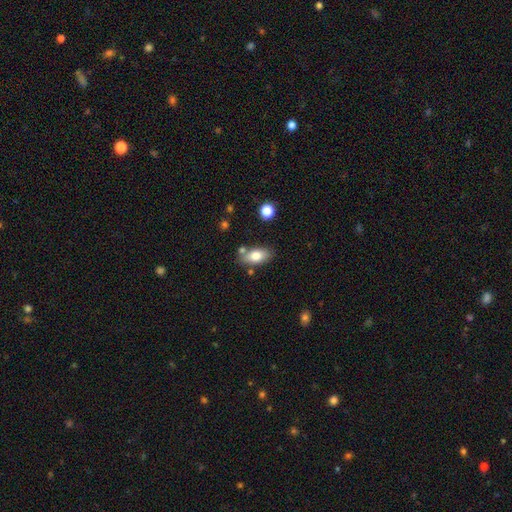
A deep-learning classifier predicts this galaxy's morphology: Overall: smooth (77%). How rounded: in between (90%). Merging: none (72%).